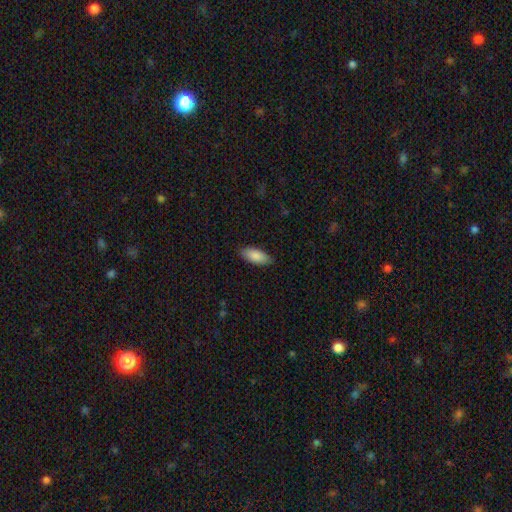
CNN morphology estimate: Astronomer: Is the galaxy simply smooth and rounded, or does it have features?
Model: smooth — 88%.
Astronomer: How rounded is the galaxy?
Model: in between — 80%.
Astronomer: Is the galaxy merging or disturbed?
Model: none — 88%.